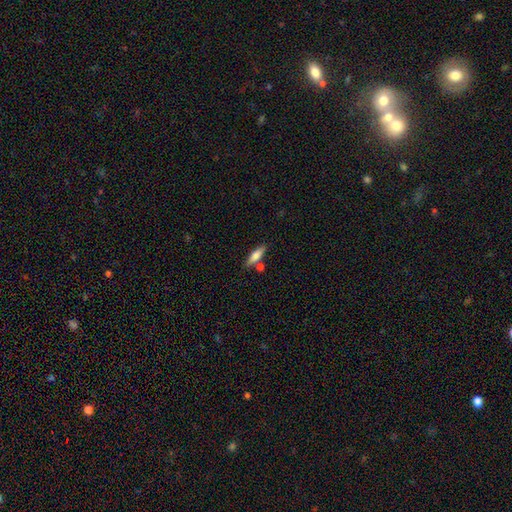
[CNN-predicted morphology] Smooth or featured? Predicted: smooth (p=0.67). How rounded? Predicted: cigar-shaped (p=0.57). Merging? Predicted: none (p=0.72).